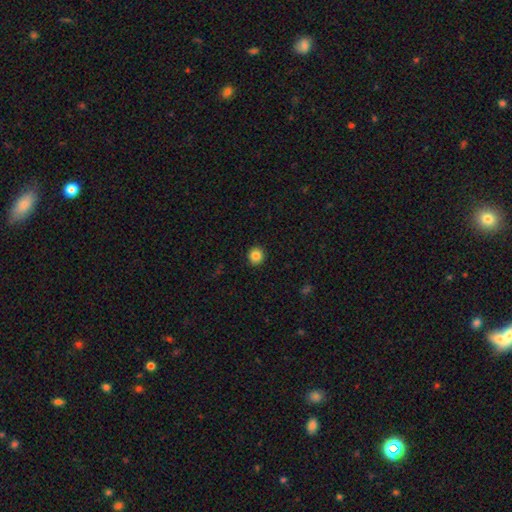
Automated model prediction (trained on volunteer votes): Smooth or featured? Predicted: smooth (p=0.85). How rounded? Predicted: round (p=0.92). Merging? Predicted: none (p=0.92).